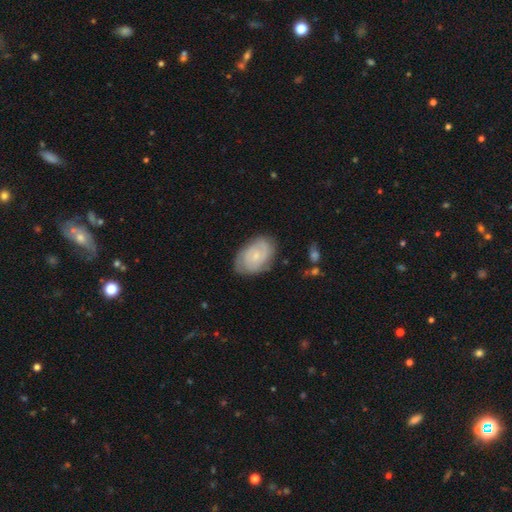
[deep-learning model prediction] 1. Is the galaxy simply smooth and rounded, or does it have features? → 64% featured or disk, 29% smooth, 6% star or artifact.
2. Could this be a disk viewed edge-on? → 97% no, 3% yes.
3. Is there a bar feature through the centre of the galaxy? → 74% no, 23% weak, 3% strong.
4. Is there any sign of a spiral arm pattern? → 88% yes, 12% no.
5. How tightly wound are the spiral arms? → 63% tight, 29% medium, 9% loose.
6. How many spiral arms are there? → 44% 2, 33% can't tell, 12% 3, 4% 1, 4% 4, 3% more than 4.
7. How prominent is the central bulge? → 75% small, 18% moderate, 5% none, 1% large, 1% dominant.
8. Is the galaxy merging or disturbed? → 75% none, 19% minor disturbance, 5% major disturbance, 1% merger.